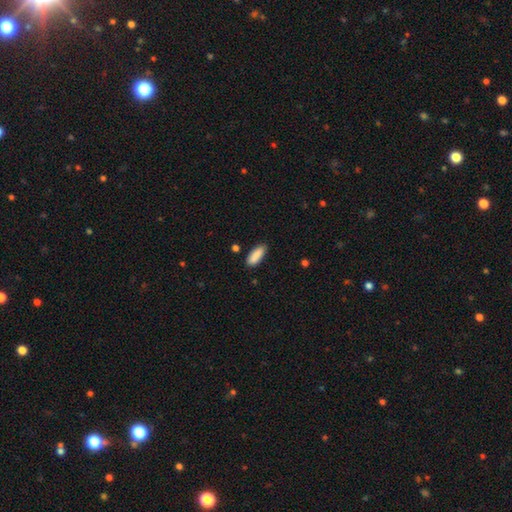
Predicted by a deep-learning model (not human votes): smooth 89%, star or artifact 6%, featured or disk 4%. Down the decision tree: how rounded — in between (69%); merging — none (84%).